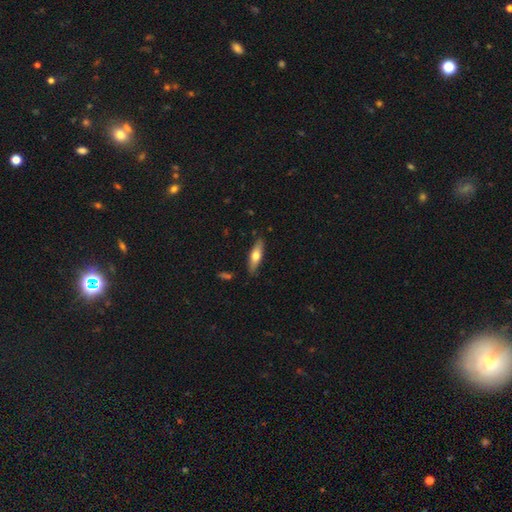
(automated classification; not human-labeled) This appears to be a smooth galaxy with no disk features (56%) that is cigar-shaped (58%). Merging: none (87%).